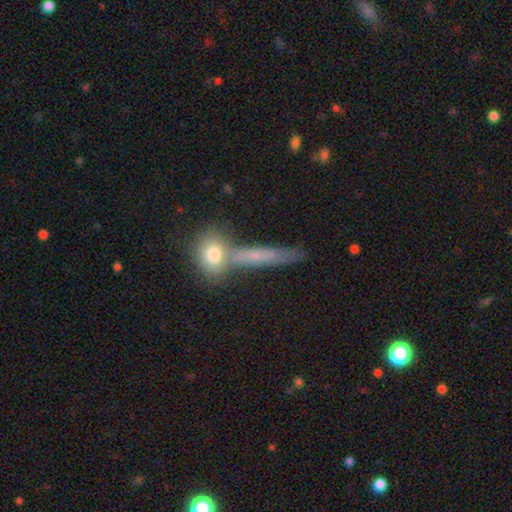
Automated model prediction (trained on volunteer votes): Morphology: type=smooth (60%); roundness=cigar-shaped (71%); merging=none (60%).